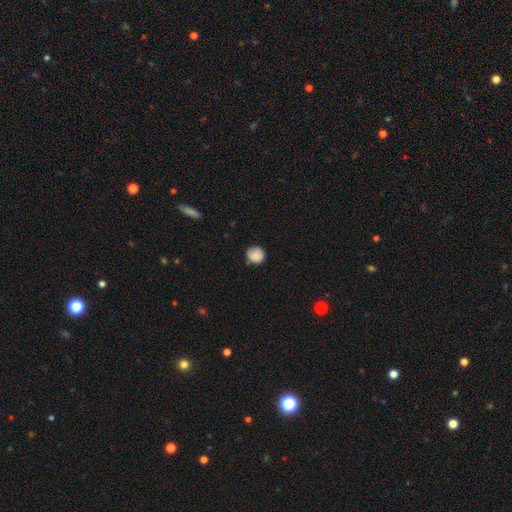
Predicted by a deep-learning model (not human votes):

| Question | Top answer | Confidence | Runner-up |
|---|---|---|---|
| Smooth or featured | smooth | 86% | star or artifact (8%) |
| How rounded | round | 91% | in between (8%) |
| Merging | none | 79% | minor disturbance (16%) |